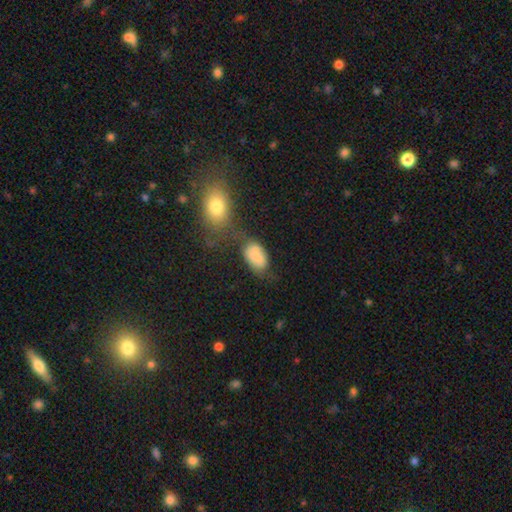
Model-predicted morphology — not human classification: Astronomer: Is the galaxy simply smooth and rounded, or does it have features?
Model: smooth — 71%.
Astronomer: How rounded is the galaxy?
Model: in between — 89%.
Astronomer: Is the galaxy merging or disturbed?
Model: none — 39% (runner-up: merger, 26%).